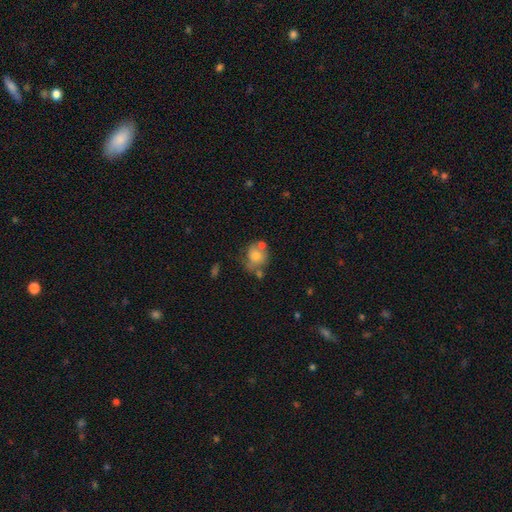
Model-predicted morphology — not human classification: The model was most divided on "merging": none: 44%, merger: 24%, minor disturbance: 22%, major disturbance: 10%. More confident: smooth or featured — smooth (67%); how rounded — round (64%).